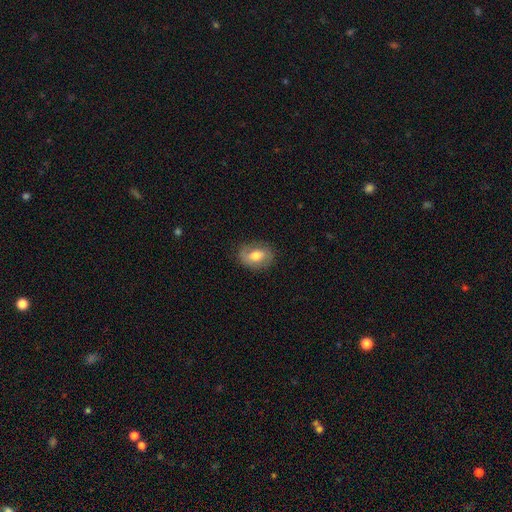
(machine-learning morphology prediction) This appears to be a smooth galaxy with no disk features (55%) that is in between round and cigar-shaped (68%). Merging: none (78%).